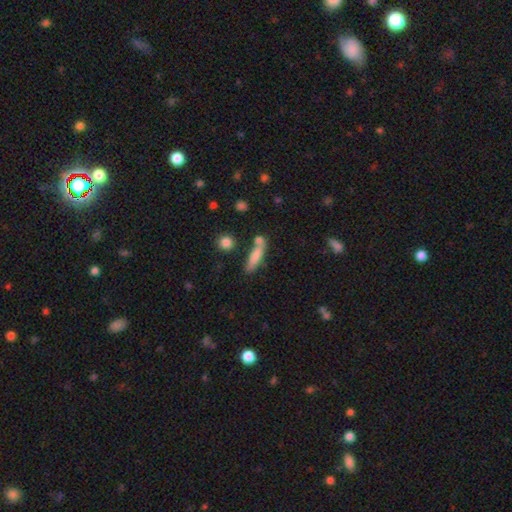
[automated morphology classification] A smooth galaxy with no disk features (77%) that is cigar-shaped (70%).

Vote fractions:
- Smooth or featured? smooth: 77% / featured or disk: 16% / star or artifact: 8%
- How rounded? cigar-shaped: 70% / in between: 27% / round: 3%
- Merging? none: 64% / merger: 16% / minor disturbance: 15% / major disturbance: 5%